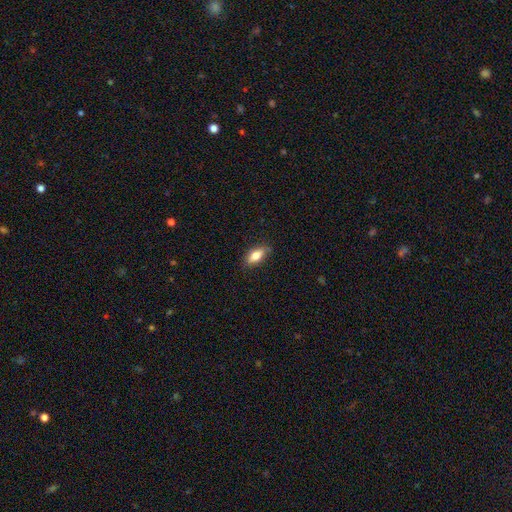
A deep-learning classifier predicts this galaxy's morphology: Smooth or featured: smooth — 77% (featured or disk — 16%)
How rounded: in between — 82% (cigar-shaped — 14%)
Merging: none — 79% (minor disturbance — 17%)